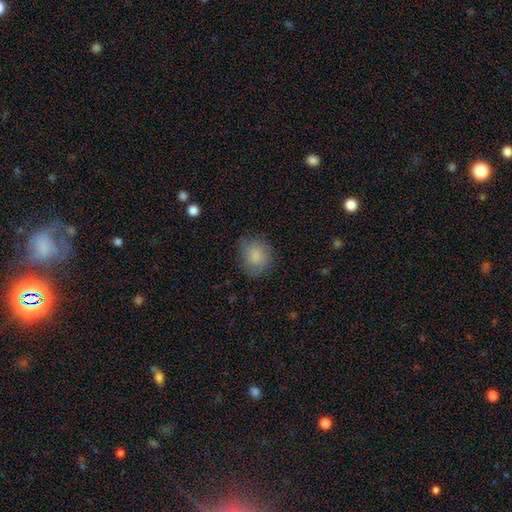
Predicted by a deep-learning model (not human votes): This appears to be a smooth galaxy with no disk features (84%) that is round (70%). Merging: none (74%).